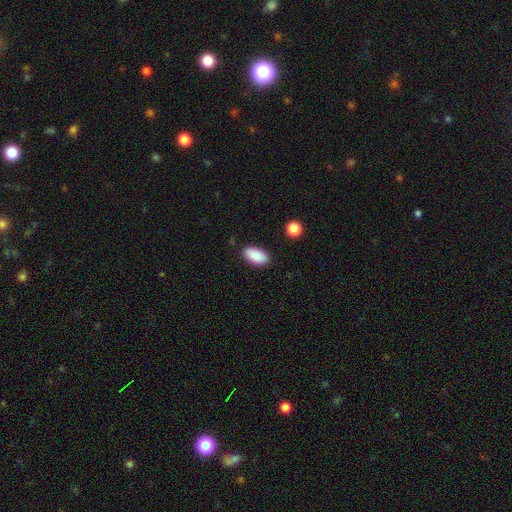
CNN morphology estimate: Smooth or featured?
  - smooth: 89% *
  - star or artifact: 7%
  - featured or disk: 4%
How rounded?
  - in between: 93% *
  - cigar-shaped: 4%
  - round: 3%
Merging?
  - none: 86% *
  - minor disturbance: 10%
  - major disturbance: 2%
  - merger: 2%